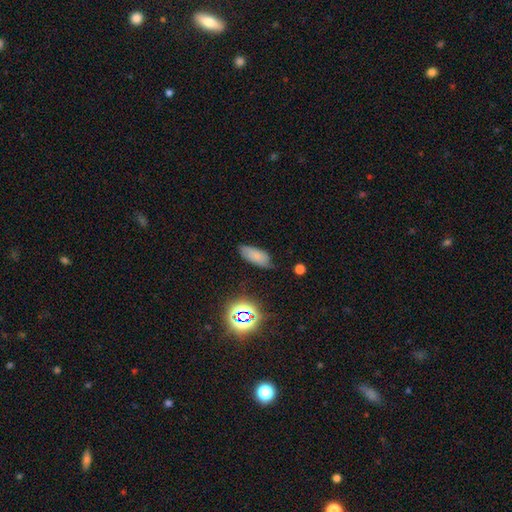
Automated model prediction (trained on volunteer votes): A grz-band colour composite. It shows a smooth galaxy with no disk features (67%) that is in between round and cigar-shaped (86%). Merging: none (66%).